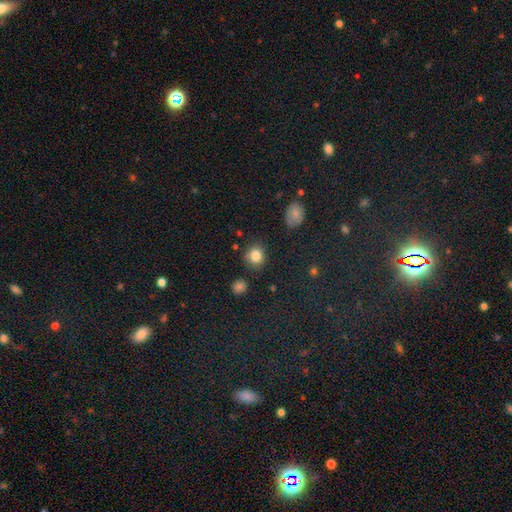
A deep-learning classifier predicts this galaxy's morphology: Smooth or featured: smooth — 84% (star or artifact — 10%)
How rounded: round — 79% (in between — 20%)
Merging: none — 80% (minor disturbance — 13%)